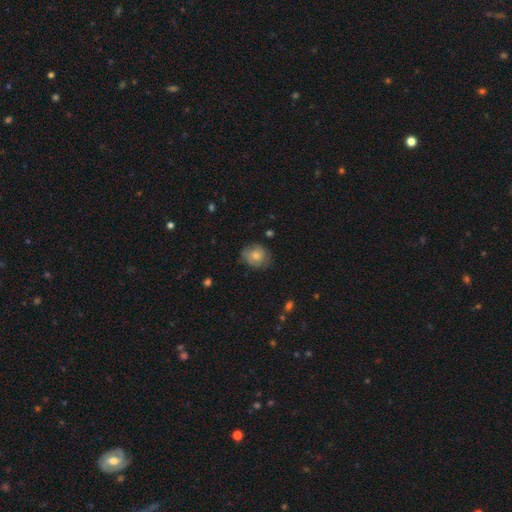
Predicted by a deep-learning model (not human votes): The model was most divided on "how rounded": round: 69%, in between: 30%, cigar-shaped: 1%. More confident: merging — none (70%); smooth or featured — smooth (70%).